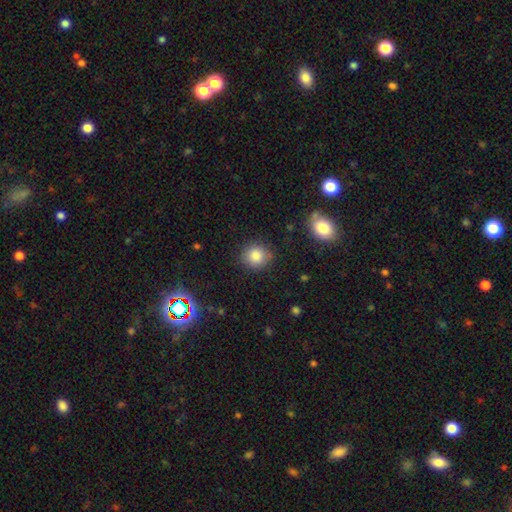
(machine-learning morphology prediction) This is clearly a smooth galaxy (85%). How rounded: clearly round (88%). Merging: clearly none (84%).